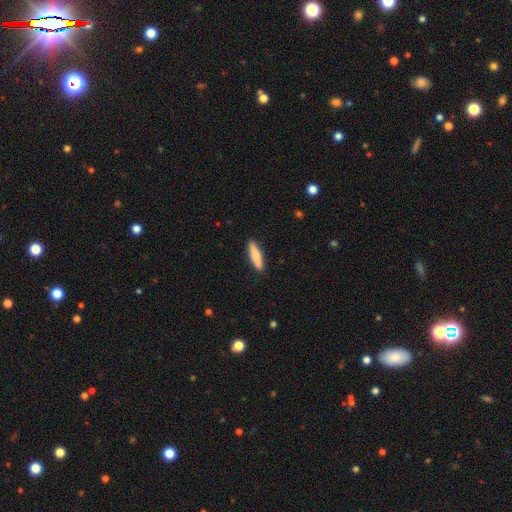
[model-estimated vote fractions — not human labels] smooth-or-featured: smooth: 80% | featured or disk: 15% | star or artifact: 5%
  how-rounded: cigar-shaped: 77% | in between: 22% | round: 1%
  merging: none: 89% | minor disturbance: 8% | major disturbance: 2% | merger: 1%